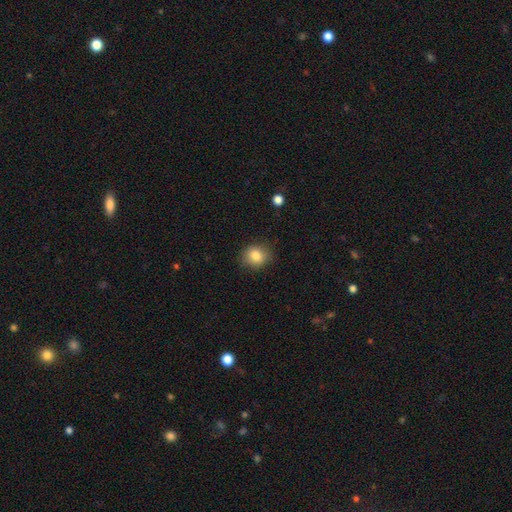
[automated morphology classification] smooth_or_featured: smooth (p=0.83) [alt: star or artifact p=0.10]
how_rounded: round (p=0.71) [alt: in between p=0.29]
merging: none (p=0.84) [alt: minor disturbance p=0.12]